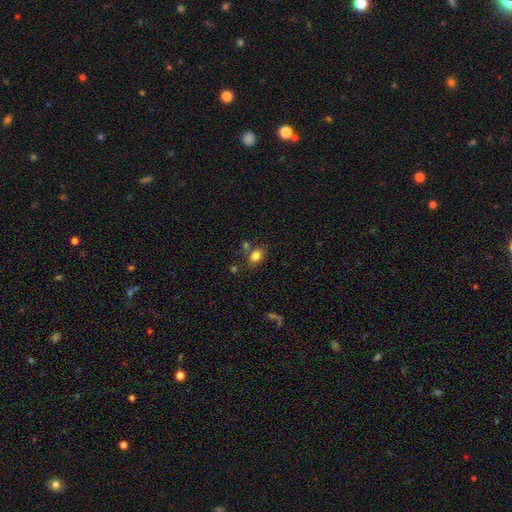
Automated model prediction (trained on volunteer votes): Overall: smooth (81%). How rounded: in between (59%; round 40%). Merging: none (68%).